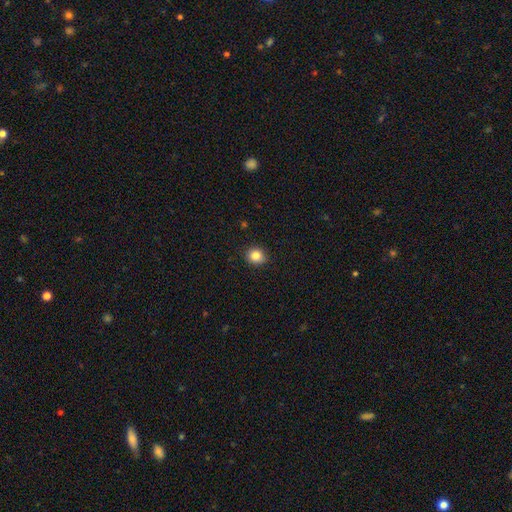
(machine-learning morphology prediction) Smooth or featured: smooth — 84% (star or artifact — 10%)
How rounded: round — 77% (in between — 22%)
Merging: none — 90% (minor disturbance — 7%)